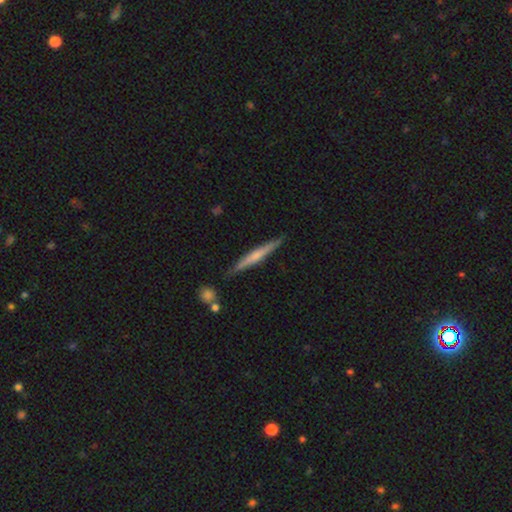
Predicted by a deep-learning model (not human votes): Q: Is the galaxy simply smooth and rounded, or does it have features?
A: smooth — 47%, tied with featured or disk.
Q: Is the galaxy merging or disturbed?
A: none — 86%.